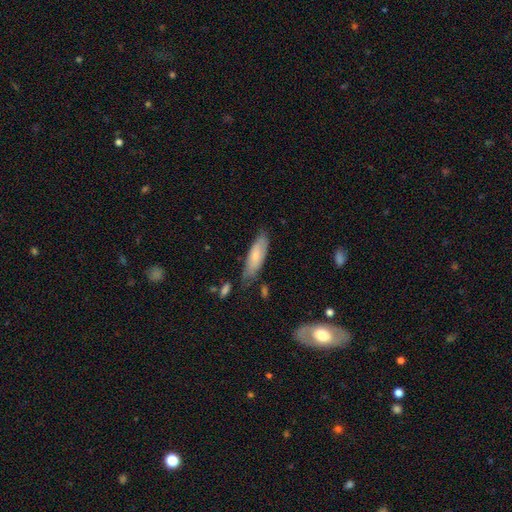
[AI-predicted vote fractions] A smooth galaxy with no disk features (68%) that is in between round and cigar-shaped (53%). Merging: none (66%).